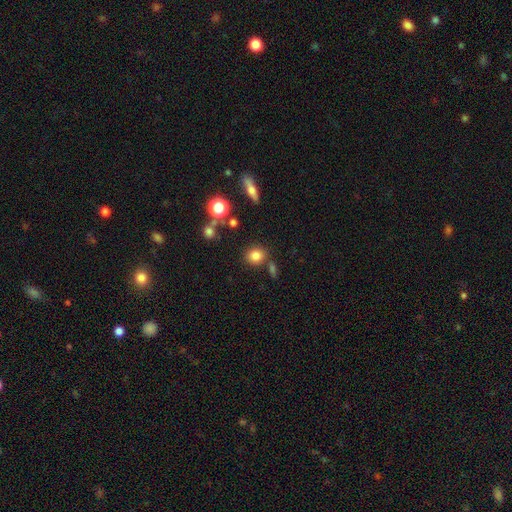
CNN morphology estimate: smooth-or-featured: smooth: 81% | star or artifact: 12% | featured or disk: 7%
  how-rounded: round: 72% | in between: 26% | cigar-shaped: 2%
  merging: none: 76% | minor disturbance: 11% | merger: 9% | major disturbance: 4%